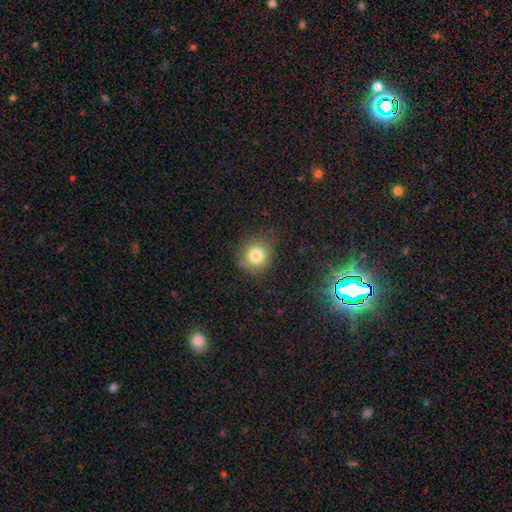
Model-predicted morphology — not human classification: Smooth or featured? Predicted: smooth (p=0.81). How rounded? Predicted: round (p=0.82). Merging? Predicted: none (p=0.77).